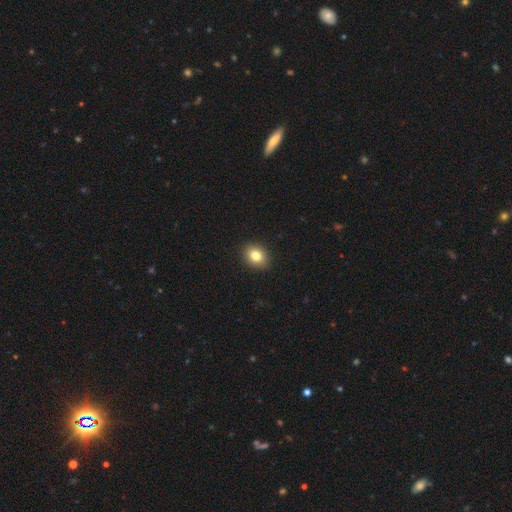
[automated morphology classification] This appears to be a smooth galaxy with no disk features (82%) that is round (53%). Merging: none (90%).